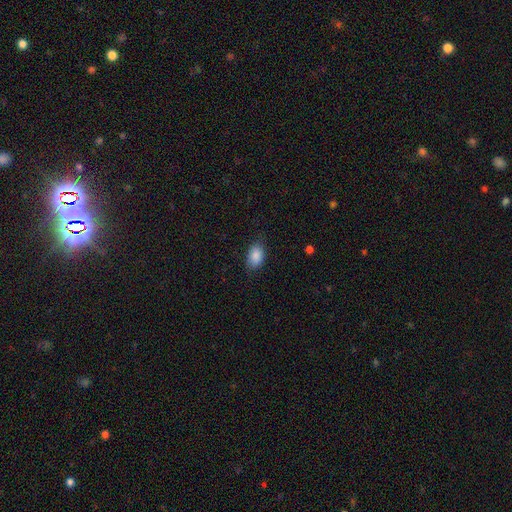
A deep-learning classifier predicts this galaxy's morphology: Smooth or featured? smooth (89%)
How rounded? in between (89%)
Merging? none (80%)